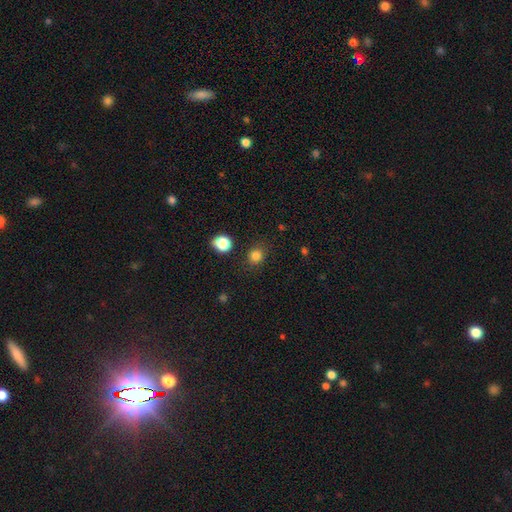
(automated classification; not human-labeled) Smooth or featured: smooth — 82% (star or artifact — 14%)
How rounded: round — 79% (in between — 20%)
Merging: none — 83% (minor disturbance — 10%)